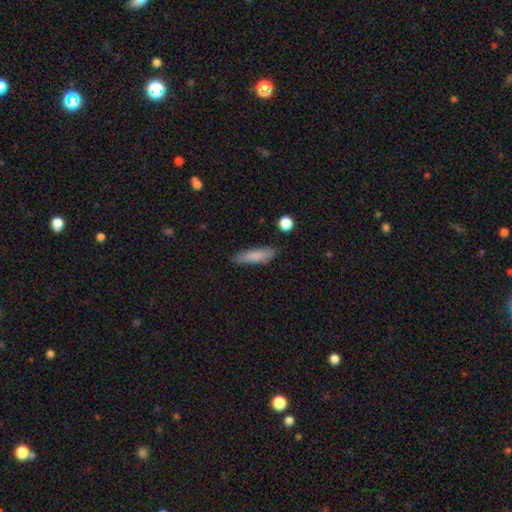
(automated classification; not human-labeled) The model was most divided on "how rounded": cigar-shaped: 67%, in between: 31%, round: 2%. More confident: smooth or featured — smooth (82%); merging — none (82%).